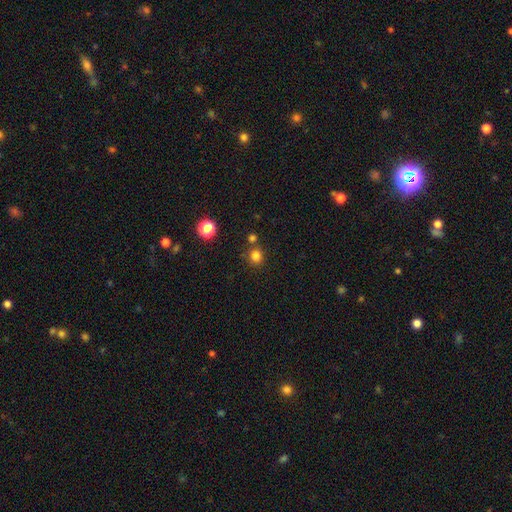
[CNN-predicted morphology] smooth_or_featured: smooth (p=0.80) [alt: star or artifact p=0.15]
how_rounded: round (p=0.89) [alt: in between p=0.10]
merging: none (p=0.77) [alt: merger p=0.12]